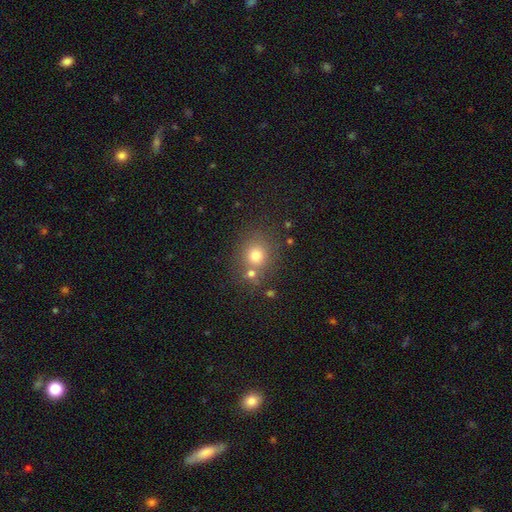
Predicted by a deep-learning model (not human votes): Morphology: type=smooth (74%); roundness=round (81%); merging=none (65%).